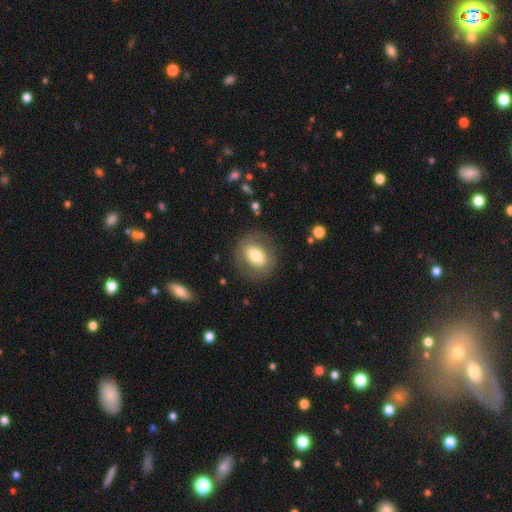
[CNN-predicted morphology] A smooth galaxy with no disk features (64%) that is round (59%).

Vote fractions:
- Smooth or featured? smooth: 64% / featured or disk: 28% / star or artifact: 8%
- How rounded? round: 59% / in between: 40% / cigar-shaped: 1%
- Merging? none: 81% / minor disturbance: 11% / major disturbance: 6% / merger: 1%